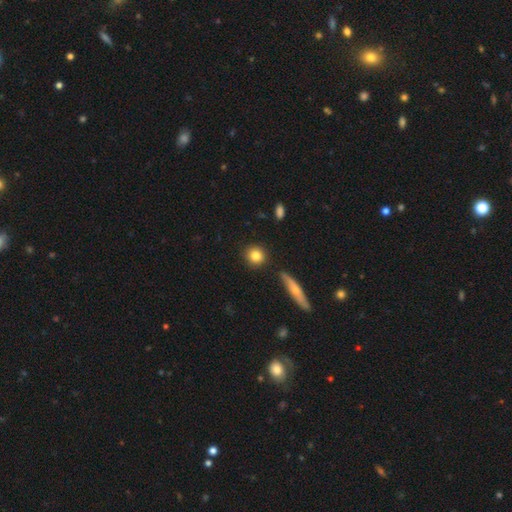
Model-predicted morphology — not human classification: Smooth or featured?
  - smooth: 82% *
  - featured or disk: 10%
  - star or artifact: 8%
How rounded?
  - round: 88% *
  - in between: 10%
  - cigar-shaped: 2%
Merging?
  - none: 88% *
  - minor disturbance: 7%
  - merger: 3%
  - major disturbance: 2%